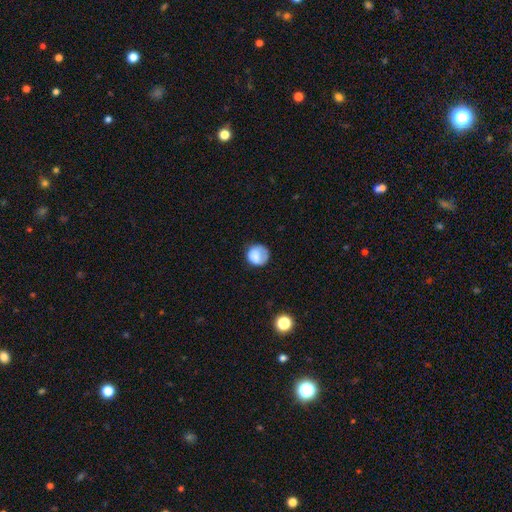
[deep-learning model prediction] smooth-or-featured: smooth: 80% | featured or disk: 12% | star or artifact: 8%
  how-rounded: round: 88% | in between: 11% | cigar-shaped: 1%
  merging: none: 67% | minor disturbance: 21% | major disturbance: 10% | merger: 2%